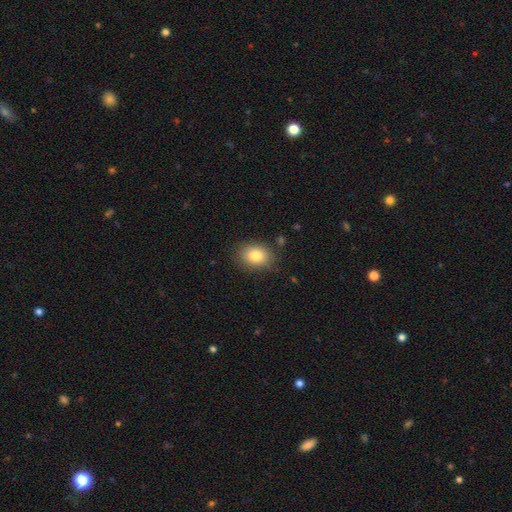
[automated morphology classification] smooth 83%, star or artifact 9%, featured or disk 8%. Down the decision tree: how rounded — in between (64%); merging — none (84%).